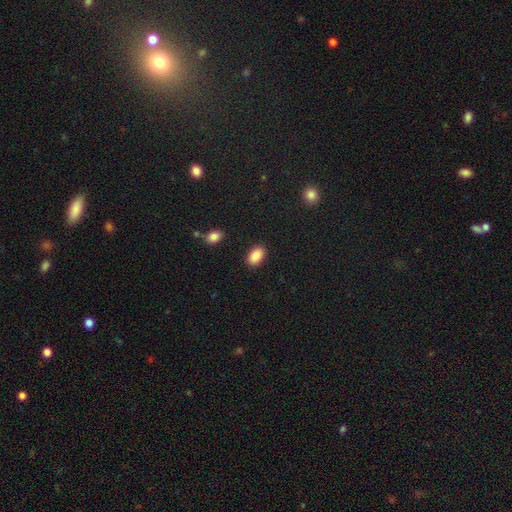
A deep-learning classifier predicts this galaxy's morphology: Smooth or featured? Predicted: smooth (p=0.89). How rounded? Predicted: in between (p=0.92). Merging? Predicted: none (p=0.89).